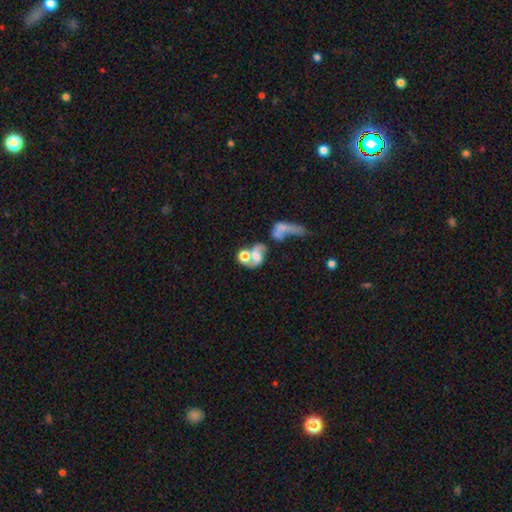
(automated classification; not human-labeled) A featured or disk galaxy (45%). Merging: merger (57%).